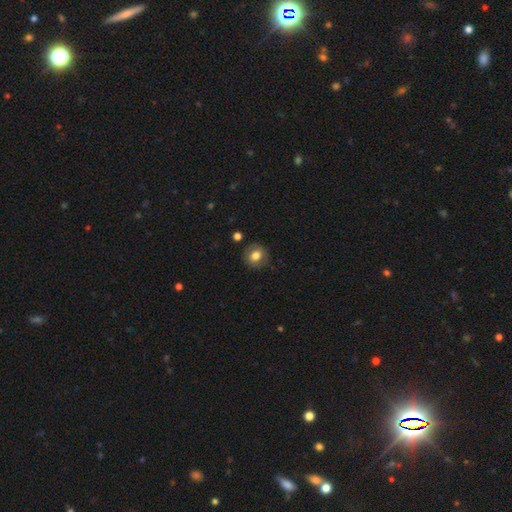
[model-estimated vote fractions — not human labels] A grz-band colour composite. It shows a smooth galaxy with no disk features (75%) that is round (80%). Merging: none (85%).